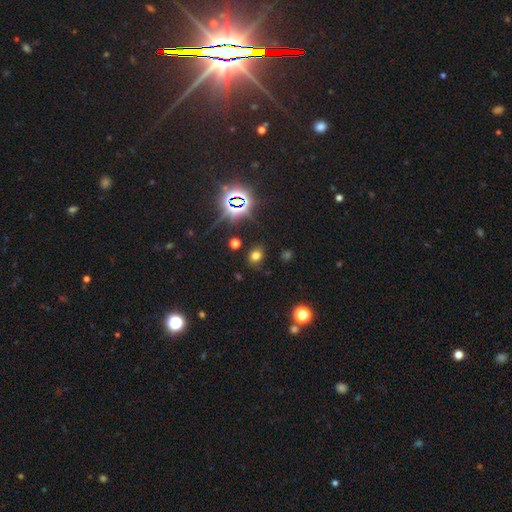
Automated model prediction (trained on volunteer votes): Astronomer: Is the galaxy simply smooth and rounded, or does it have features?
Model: smooth — 63%.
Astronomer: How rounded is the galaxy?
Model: round — 56% (runner-up: in between, 43%).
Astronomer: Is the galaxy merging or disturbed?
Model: none — 81%.